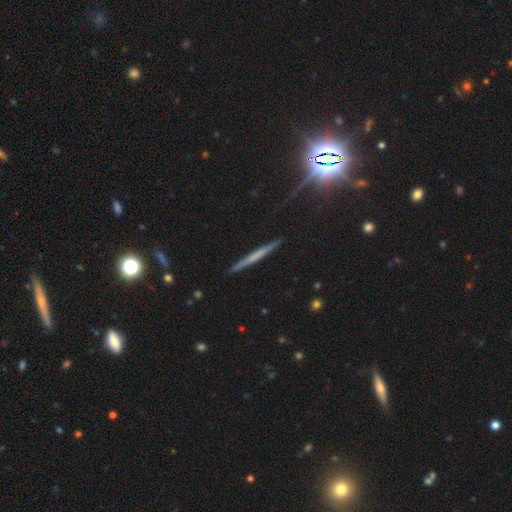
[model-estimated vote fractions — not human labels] Overall: featured or disk (49%; smooth 40%). Merging: none (90%).